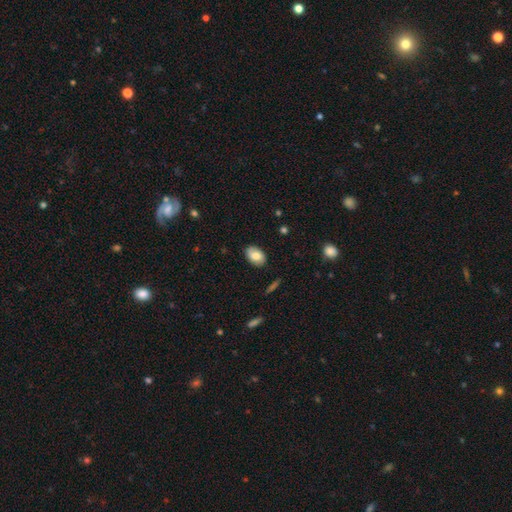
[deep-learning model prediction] Morphology: type=smooth (76%); roundness=in between (88%); merging=none (85%).